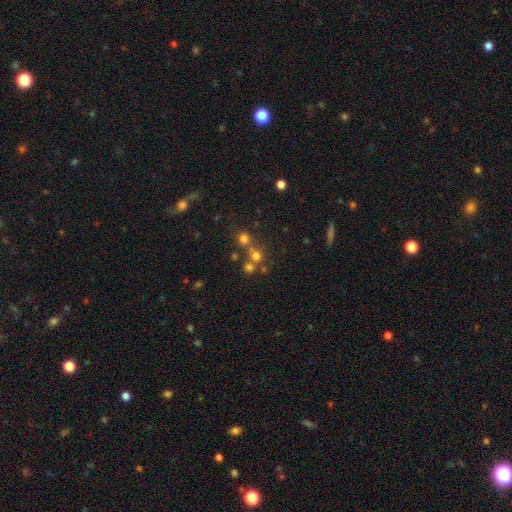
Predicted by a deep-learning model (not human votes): The model was most divided on "merging": none: 54%, merger: 35%, minor disturbance: 7%, major disturbance: 4%. More confident: how rounded — round (88%); smooth or featured — smooth (64%).